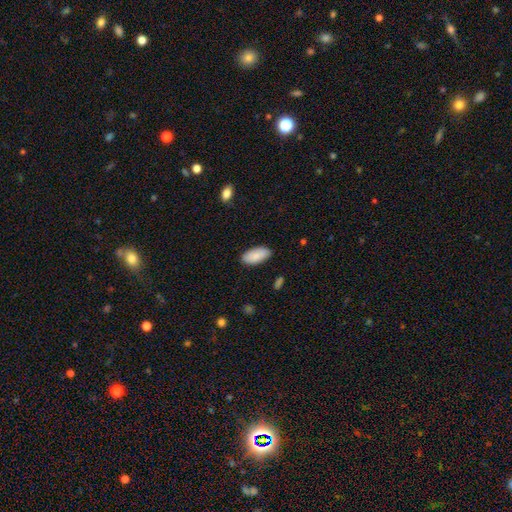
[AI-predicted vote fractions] smooth_or_featured: smooth (p=0.88) [alt: featured or disk p=0.06]
how_rounded: in between (p=0.92) [alt: cigar-shaped p=0.06]
merging: none (p=0.88) [alt: minor disturbance p=0.09]